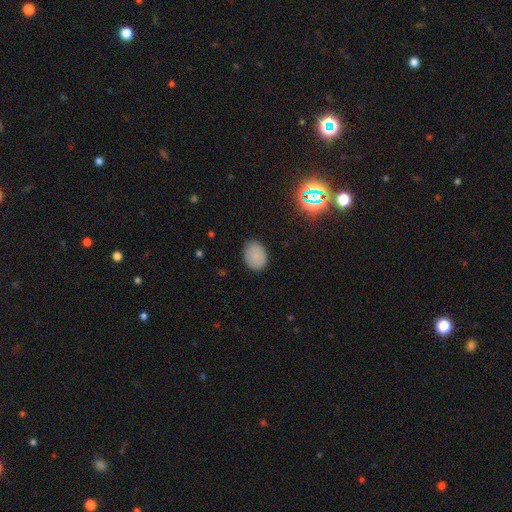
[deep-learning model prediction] smooth 82%, star or artifact 10%, featured or disk 8%. Down the decision tree: how rounded — in between (70%); merging — none (85%).